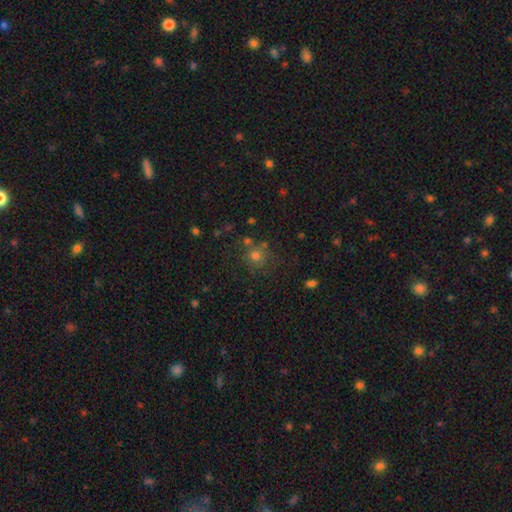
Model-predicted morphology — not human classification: The model was most divided on "smooth or featured": smooth: 68%, star or artifact: 22%, featured or disk: 10%. More confident: how rounded — round (88%); merging — none (70%).